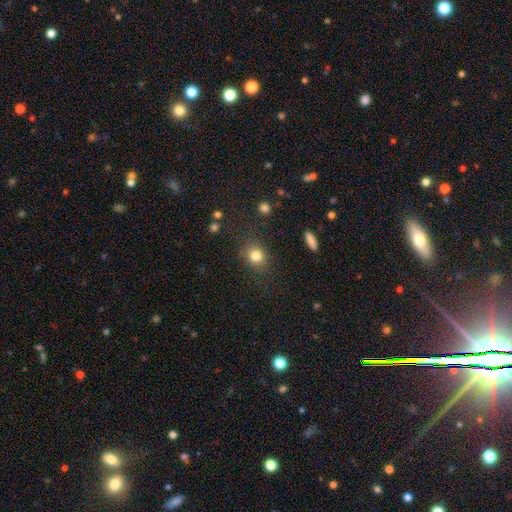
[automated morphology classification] type=smooth (81%); roundness=round (67%); merging=none (83%).